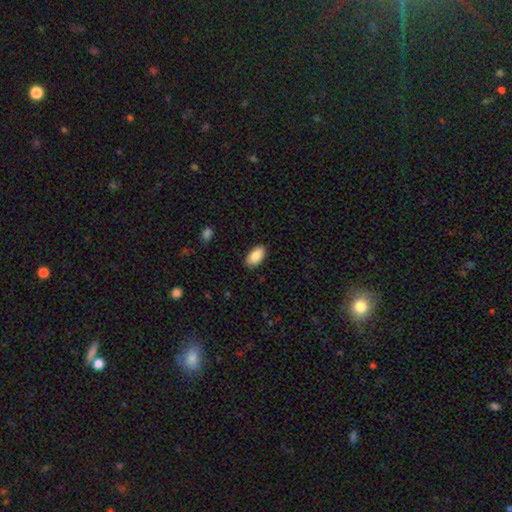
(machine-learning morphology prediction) smooth_or_featured: smooth (p=0.88) [alt: star or artifact p=0.07]
how_rounded: in between (p=0.95) [alt: round p=0.03]
merging: none (p=0.88) [alt: minor disturbance p=0.09]